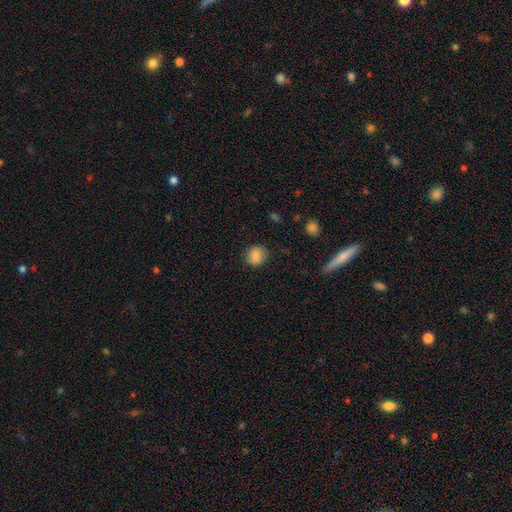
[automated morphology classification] Smooth or featured: smooth — 85% (star or artifact — 9%)
How rounded: round — 80% (in between — 19%)
Merging: none — 85% (minor disturbance — 11%)